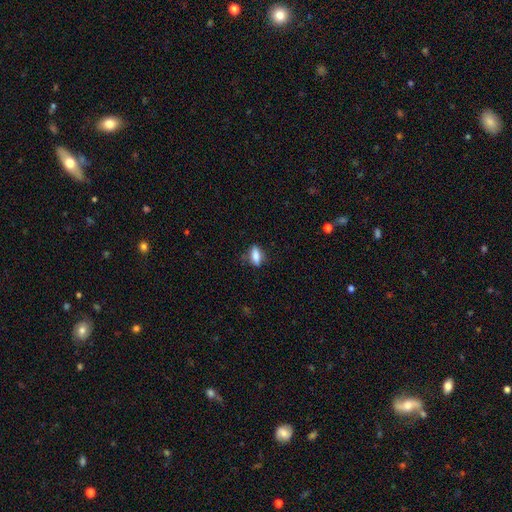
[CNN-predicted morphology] A smooth galaxy with no disk features (78%) that is in between round and cigar-shaped (66%). Merging: none (76%).